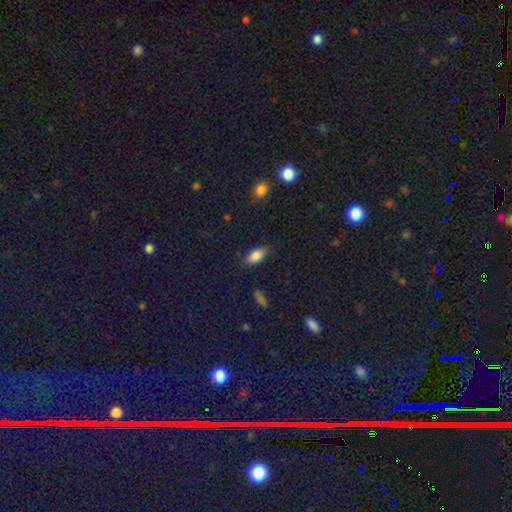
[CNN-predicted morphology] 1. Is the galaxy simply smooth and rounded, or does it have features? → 84% smooth, 9% star or artifact, 7% featured or disk.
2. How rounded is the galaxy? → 90% in between, 6% cigar-shaped, 4% round.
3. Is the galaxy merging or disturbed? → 81% none, 14% minor disturbance, 4% major disturbance, 2% merger.